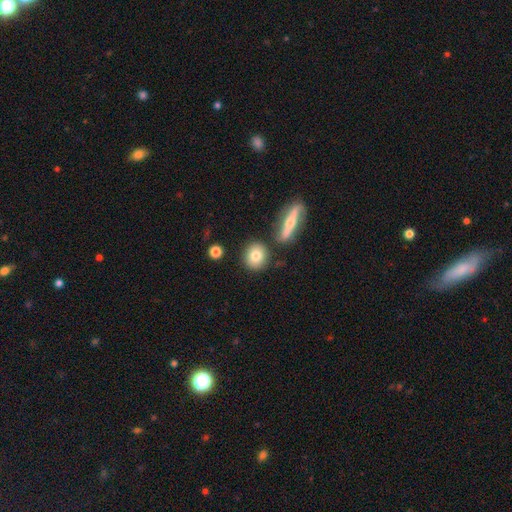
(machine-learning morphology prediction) smooth 78%, featured or disk 14%, star or artifact 8%. Down the decision tree: how rounded — round (82%); merging — none (81%).